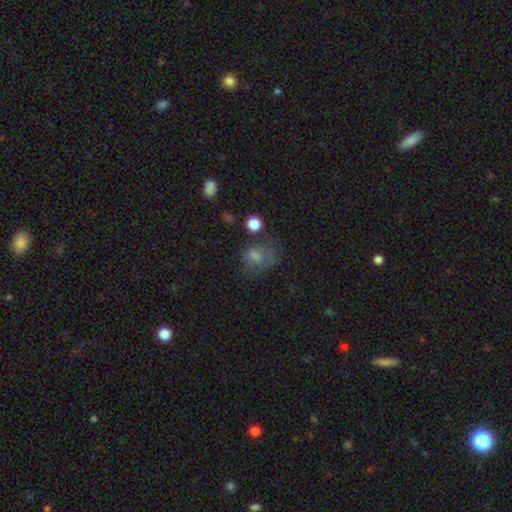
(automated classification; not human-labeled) Smooth or featured?
  - smooth: 62% *
  - star or artifact: 20%
  - featured or disk: 18%
How rounded?
  - round: 51% *
  - in between: 48%
  - cigar-shaped: 1%
Merging?
  - none: 45% *
  - minor disturbance: 25%
  - major disturbance: 24%
  - merger: 6%